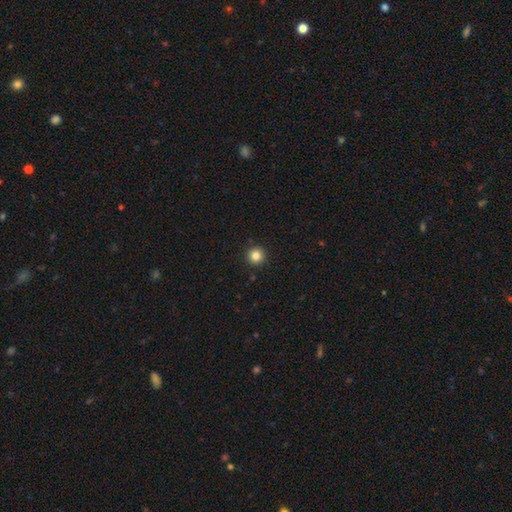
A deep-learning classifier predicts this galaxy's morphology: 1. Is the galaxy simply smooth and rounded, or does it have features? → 83% smooth, 12% star or artifact, 5% featured or disk.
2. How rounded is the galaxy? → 96% round, 3% in between, 1% cigar-shaped.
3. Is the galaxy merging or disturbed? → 93% none, 4% minor disturbance, 2% major disturbance, 1% merger.